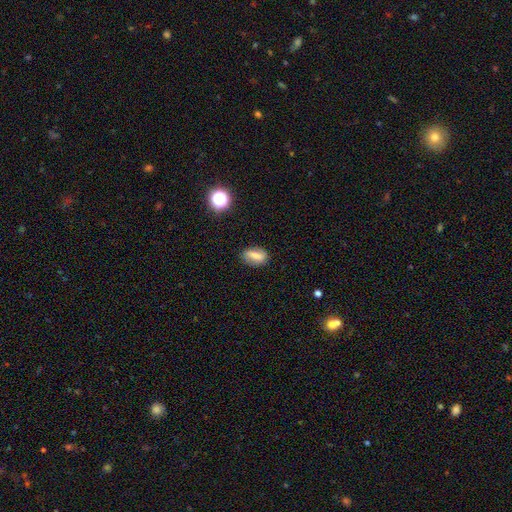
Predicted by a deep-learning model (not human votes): This is likely a smooth galaxy (66%). How rounded: likely in between (80%). Merging: likely none (80%).